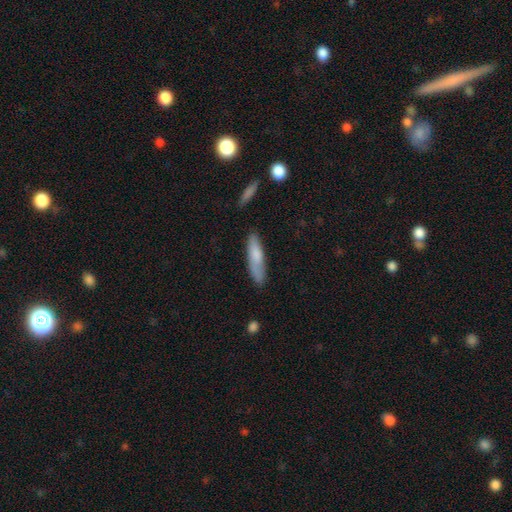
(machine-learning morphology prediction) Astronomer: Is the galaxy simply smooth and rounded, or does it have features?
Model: smooth — 75%.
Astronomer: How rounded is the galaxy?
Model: cigar-shaped — 75%.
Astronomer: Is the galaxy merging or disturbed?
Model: none — 76%.